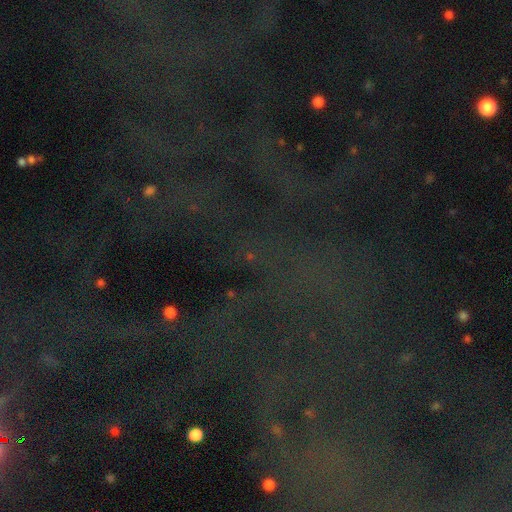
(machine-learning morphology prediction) Q: Smooth or featured?
A: star or artifact (79%); runner-up: featured or disk (11%)